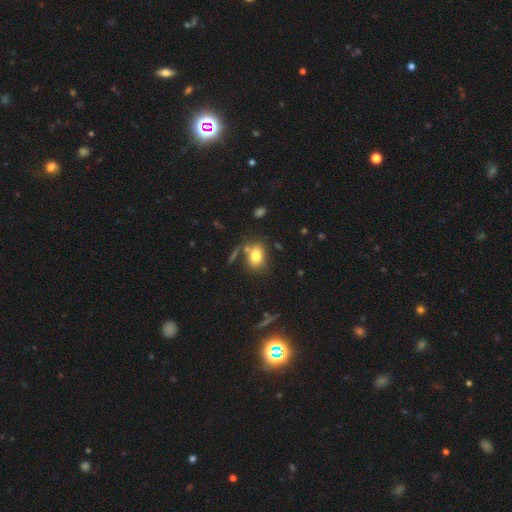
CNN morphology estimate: A smooth galaxy with no disk features (79%) that is in between round and cigar-shaped (70%).

Vote fractions:
- Smooth or featured? smooth: 79% / featured or disk: 11% / star or artifact: 10%
- How rounded? in between: 70% / round: 28% / cigar-shaped: 2%
- Merging? none: 66% / minor disturbance: 15% / merger: 13% / major disturbance: 6%